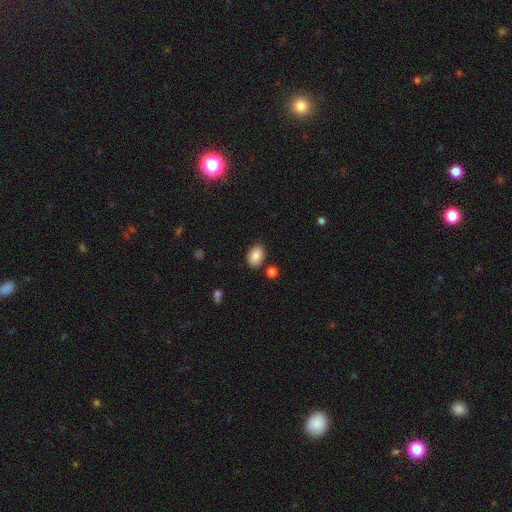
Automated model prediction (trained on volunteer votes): Q: Smooth or featured?
A: smooth (87%); runner-up: star or artifact (7%)
Q: How rounded?
A: in between (88%); runner-up: round (11%)
Q: Merging?
A: none (84%); runner-up: minor disturbance (10%)